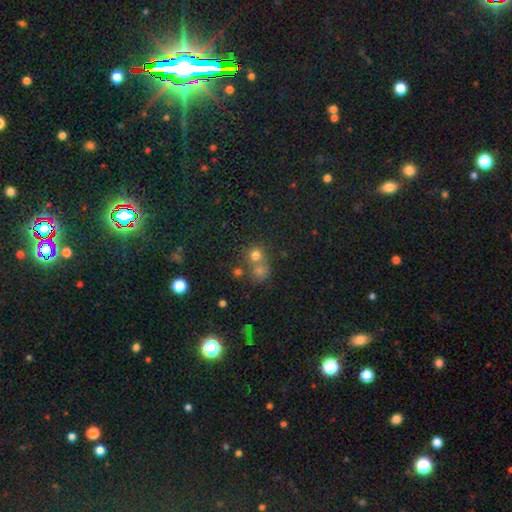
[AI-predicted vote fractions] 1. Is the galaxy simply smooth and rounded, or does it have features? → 73% smooth, 18% star or artifact, 9% featured or disk.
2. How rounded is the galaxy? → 87% round, 12% in between, 1% cigar-shaped.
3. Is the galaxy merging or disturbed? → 49% none, 40% merger, 7% minor disturbance, 4% major disturbance.